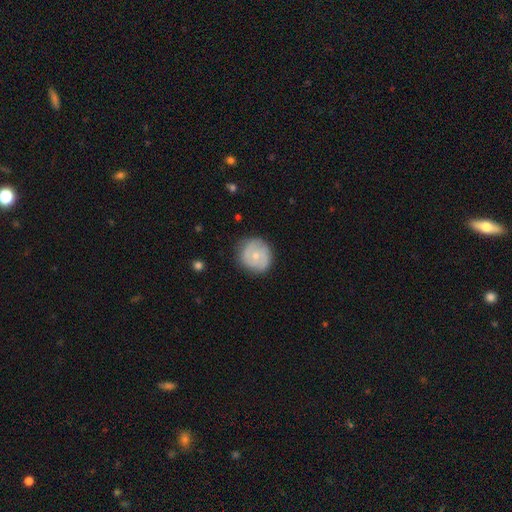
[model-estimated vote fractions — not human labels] Smooth or featured: featured or disk — 48% (smooth — 46%)
Merging: none — 79% (minor disturbance — 16%)